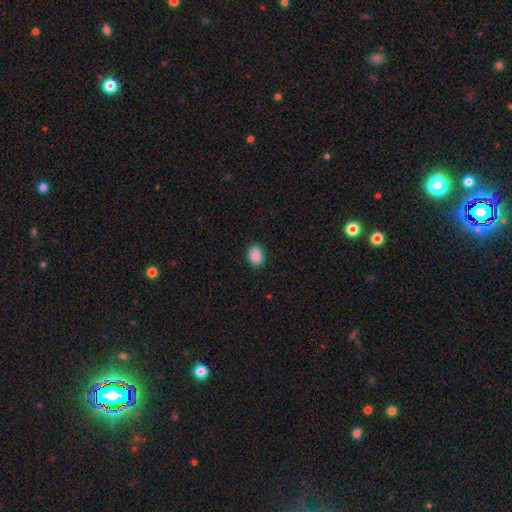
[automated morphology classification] smooth_or_featured: smooth (p=0.87) [alt: star or artifact p=0.08]
how_rounded: in between (p=0.67) [alt: round p=0.32]
merging: none (p=0.87) [alt: minor disturbance p=0.10]